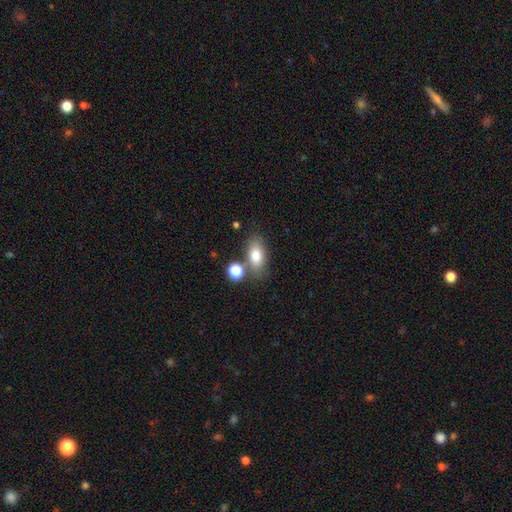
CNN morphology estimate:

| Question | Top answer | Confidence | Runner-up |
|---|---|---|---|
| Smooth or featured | smooth | 77% | featured or disk (13%) |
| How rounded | in between | 84% | round (9%) |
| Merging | none | 69% | merger (14%) |